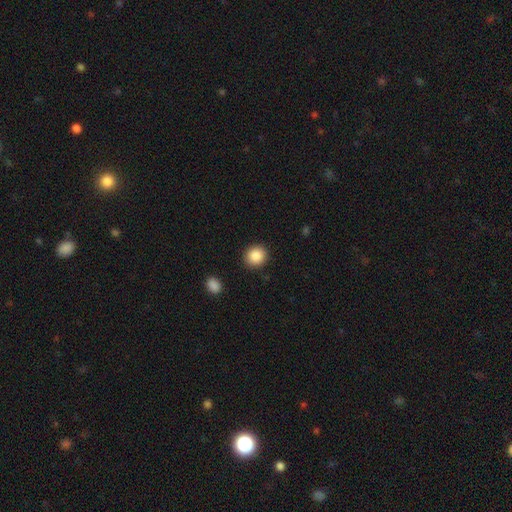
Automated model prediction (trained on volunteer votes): A smooth galaxy with no disk features (87%) that is round (84%).

Vote fractions:
- Smooth or featured? smooth: 87% / star or artifact: 8% / featured or disk: 4%
- How rounded? round: 84% / in between: 15% / cigar-shaped: 1%
- Merging? none: 90% / minor disturbance: 6% / major disturbance: 2% / merger: 1%